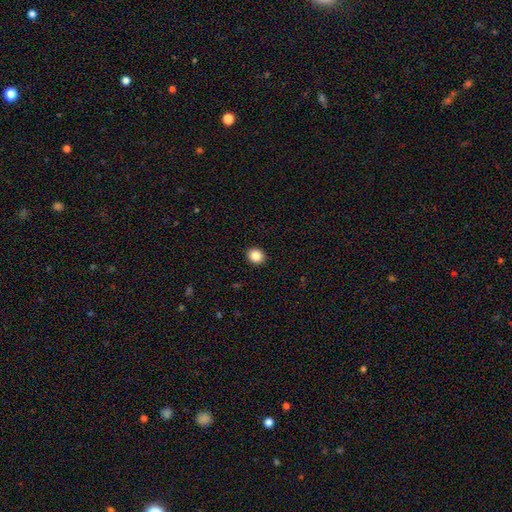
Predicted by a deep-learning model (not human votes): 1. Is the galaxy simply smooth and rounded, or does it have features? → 86% smooth, 9% star or artifact, 4% featured or disk.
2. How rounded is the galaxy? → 68% round, 31% in between, 1% cigar-shaped.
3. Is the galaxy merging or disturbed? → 92% none, 5% minor disturbance, 2% major disturbance, 1% merger.